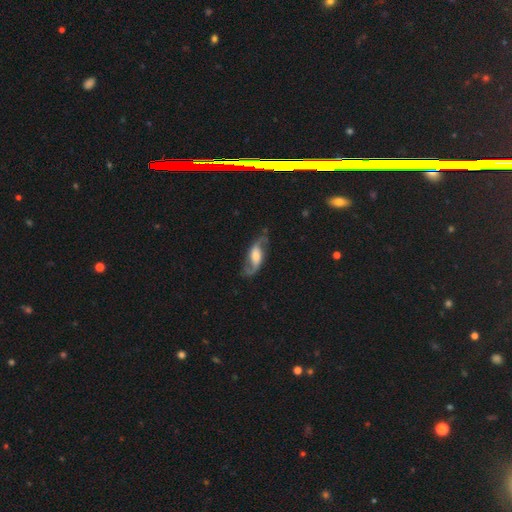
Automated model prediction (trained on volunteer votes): featured or disk 81%, smooth 14%, star or artifact 6%. Down the decision tree: edge-on disk — no (93%); bar — weak (40%); spiral arms — yes (95%); spiral arm count — 2 (91%); spiral winding — loose (64%); bulge size — moderate (44%); merging — none (71%).